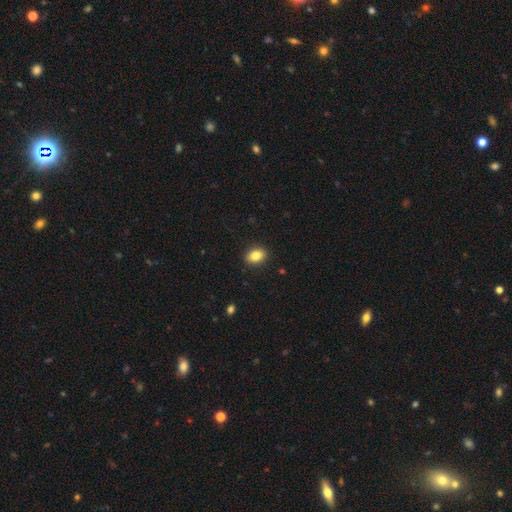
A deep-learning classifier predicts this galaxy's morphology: smooth 84%, star or artifact 9%, featured or disk 7%. Down the decision tree: how rounded — in between (72%); merging — none (90%).